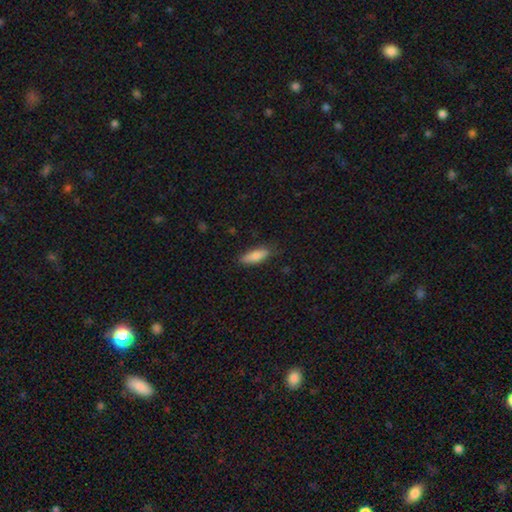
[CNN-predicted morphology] A smooth galaxy with no disk features (80%) that is in between round and cigar-shaped (61%). Merging: none (82%).